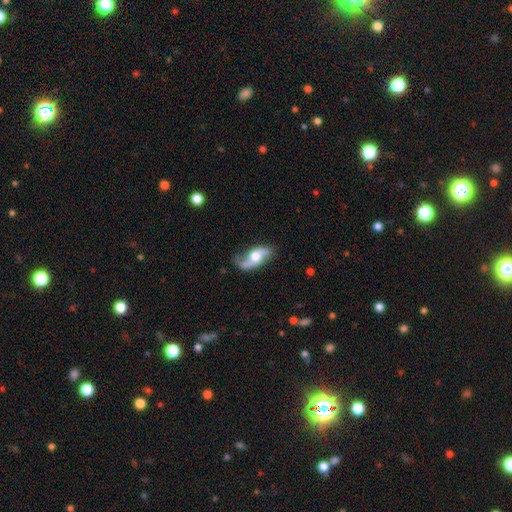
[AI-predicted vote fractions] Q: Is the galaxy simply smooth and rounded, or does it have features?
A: featured or disk — 73%.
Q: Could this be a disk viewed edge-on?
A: no — 90%.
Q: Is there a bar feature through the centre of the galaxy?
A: no — 61%.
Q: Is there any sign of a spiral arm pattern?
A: yes — 90%.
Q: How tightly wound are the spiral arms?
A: loose — 70%.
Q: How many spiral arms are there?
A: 2 — 87%.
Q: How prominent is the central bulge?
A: moderate — 48%.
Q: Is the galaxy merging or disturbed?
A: none — 63%.